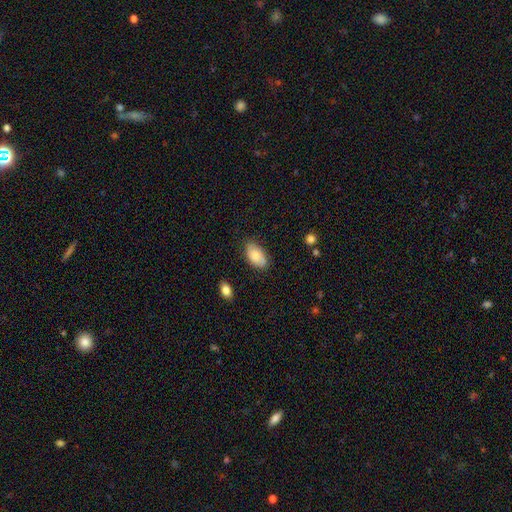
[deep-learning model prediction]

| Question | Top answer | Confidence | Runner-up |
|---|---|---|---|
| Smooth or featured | smooth | 80% | featured or disk (13%) |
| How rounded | in between | 94% | round (4%) |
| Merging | none | 76% | minor disturbance (19%) |